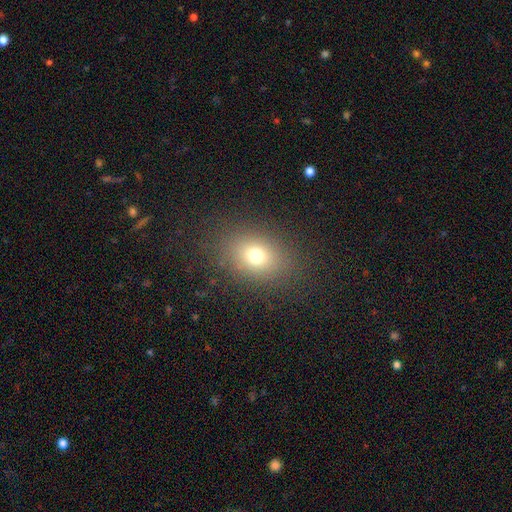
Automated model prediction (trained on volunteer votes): Smooth or featured: smooth — 72% (star or artifact — 16%)
How rounded: in between — 57% (round — 42%)
Merging: none — 83% (minor disturbance — 10%)